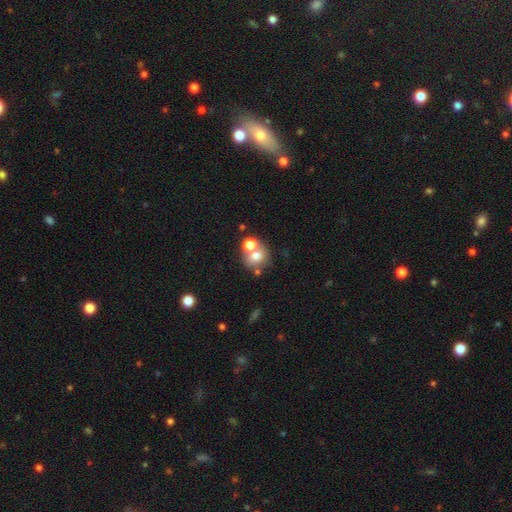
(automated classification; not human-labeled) Smooth or featured? Predicted: smooth (p=0.69). How rounded? Predicted: round (p=0.74). Merging? Predicted: none (p=0.44, tied with merger).